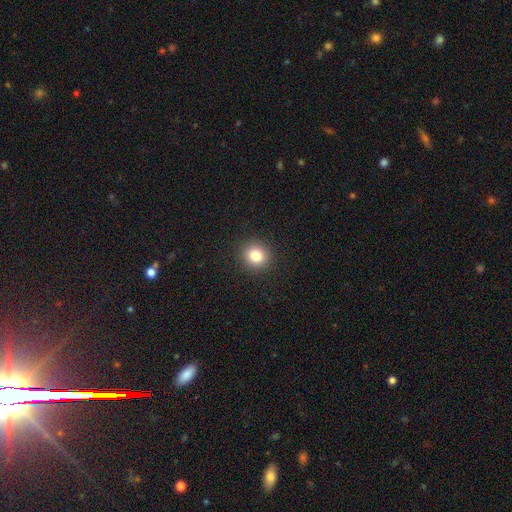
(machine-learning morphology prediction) Q: Smooth or featured?
A: smooth (82%); runner-up: star or artifact (12%)
Q: How rounded?
A: round (89%); runner-up: in between (10%)
Q: Merging?
A: none (92%); runner-up: minor disturbance (5%)